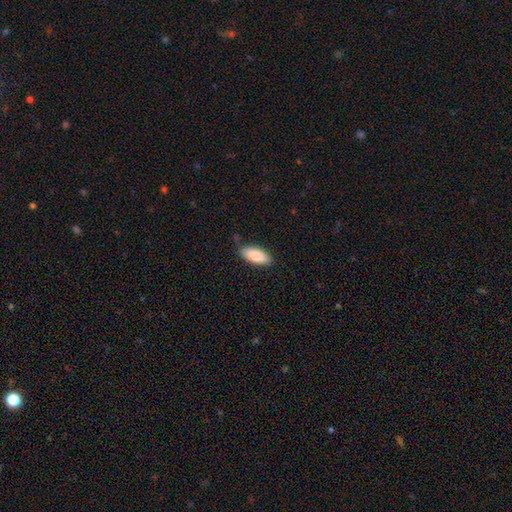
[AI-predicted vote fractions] Smooth or featured? smooth (85%)
How rounded? in between (81%)
Merging? none (77%)